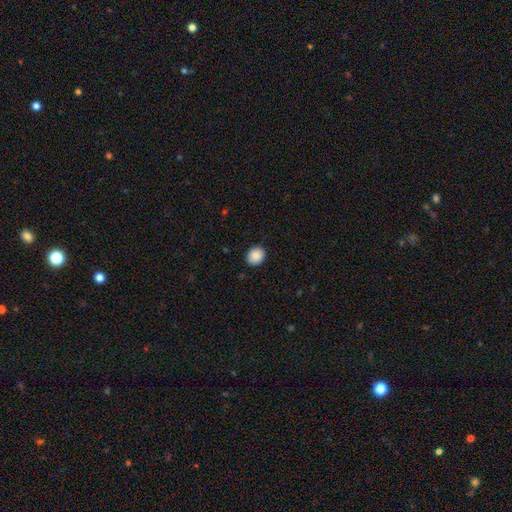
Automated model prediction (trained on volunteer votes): smooth-or-featured: smooth: 84% | star or artifact: 8% | featured or disk: 8%
  how-rounded: round: 70% | in between: 29% | cigar-shaped: 1%
  merging: none: 89% | minor disturbance: 8% | major disturbance: 2% | merger: 1%